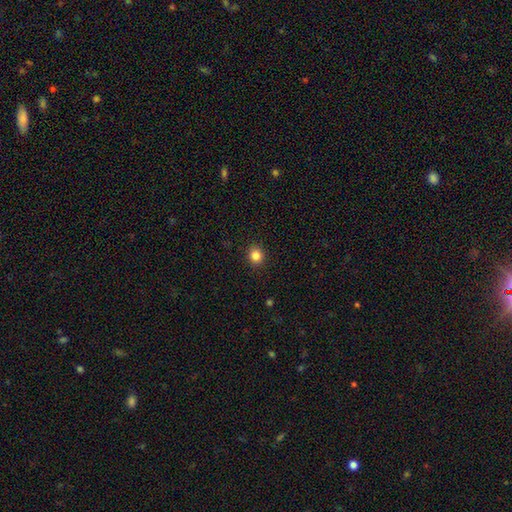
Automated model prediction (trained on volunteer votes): This appears to be a smooth galaxy with no disk features (84%) that is round (84%). Merging: none (92%).